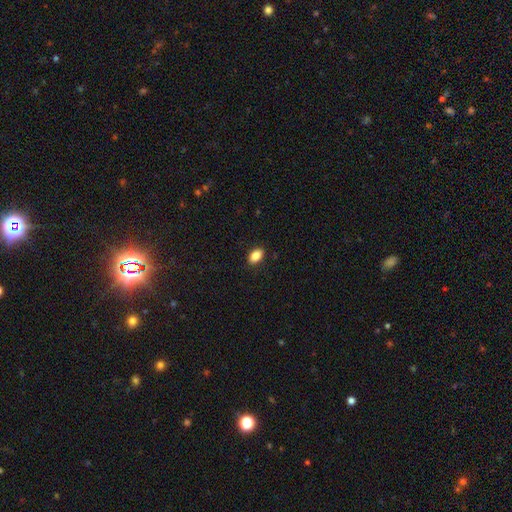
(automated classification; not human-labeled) Smooth or featured? smooth (87%)
How rounded? in between (89%)
Merging? none (89%)